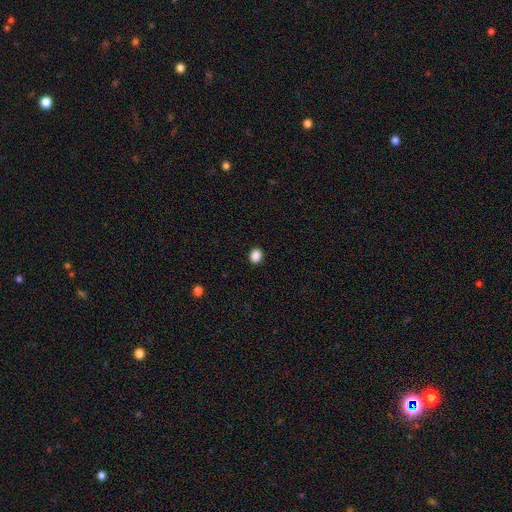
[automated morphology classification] Smooth or featured?
  - smooth: 88% *
  - star or artifact: 10%
  - featured or disk: 2%
How rounded?
  - round: 56% *
  - in between: 43%
  - cigar-shaped: 1%
Merging?
  - none: 91% *
  - minor disturbance: 6%
  - major disturbance: 2%
  - merger: 1%